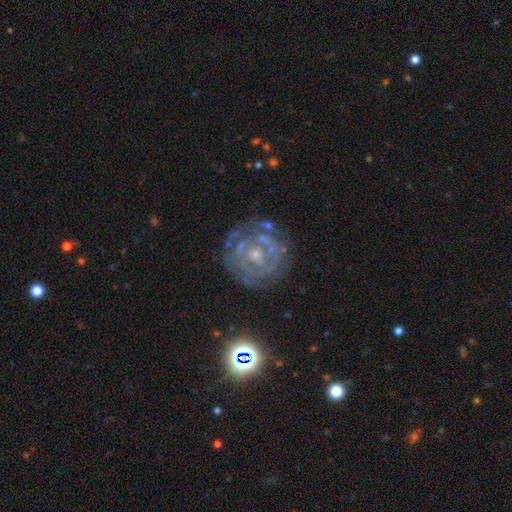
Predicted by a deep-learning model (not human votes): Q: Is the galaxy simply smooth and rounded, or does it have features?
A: featured or disk — 78%.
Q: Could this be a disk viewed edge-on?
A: no — 97%.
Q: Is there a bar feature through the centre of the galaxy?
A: no — 59%.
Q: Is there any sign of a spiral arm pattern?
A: yes — 69%.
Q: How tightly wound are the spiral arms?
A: tight — 70%.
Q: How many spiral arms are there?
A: can't tell — 51%.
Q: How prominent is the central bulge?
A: small — 67%.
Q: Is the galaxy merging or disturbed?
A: none — 68%.